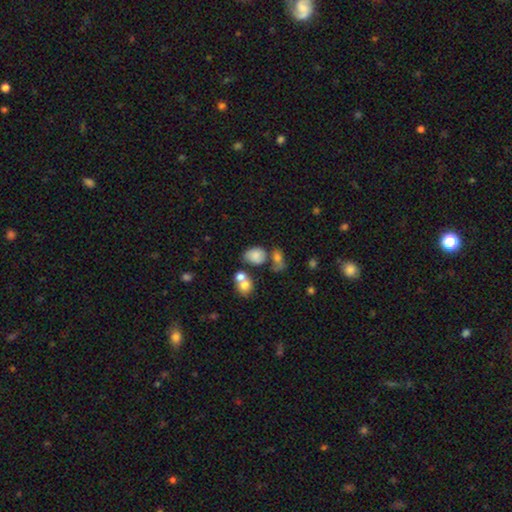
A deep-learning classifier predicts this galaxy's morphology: A smooth galaxy with no disk features (77%) that is in between round and cigar-shaped (65%). Merging: none (45%).